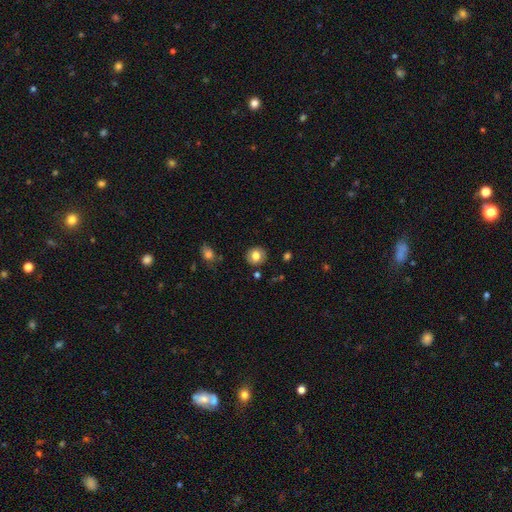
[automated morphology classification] Smooth or featured? Predicted: smooth (p=0.74). How rounded? Predicted: round (p=0.84). Merging? Predicted: none (p=0.85).